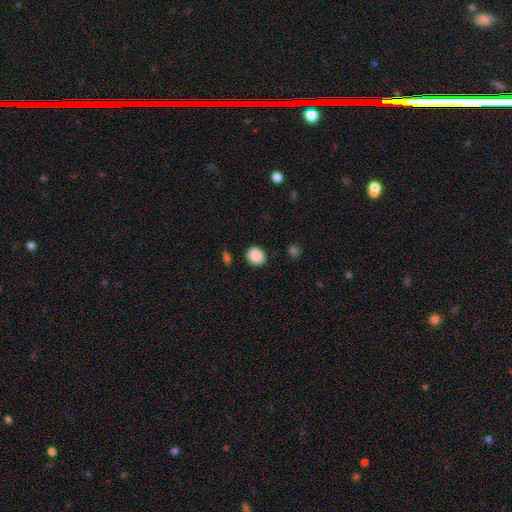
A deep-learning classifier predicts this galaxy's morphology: smooth_or_featured: smooth (p=0.89) [alt: star or artifact p=0.08]
how_rounded: round (p=0.69) [alt: in between p=0.30]
merging: none (p=0.87) [alt: minor disturbance p=0.09]